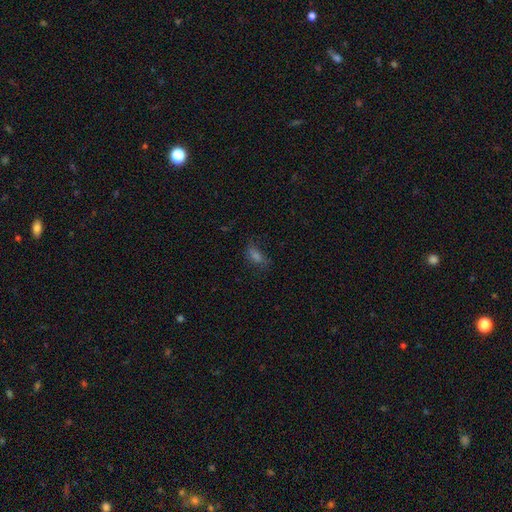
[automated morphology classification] type=smooth (55%); roundness=in between (76%); merging=none (68%).